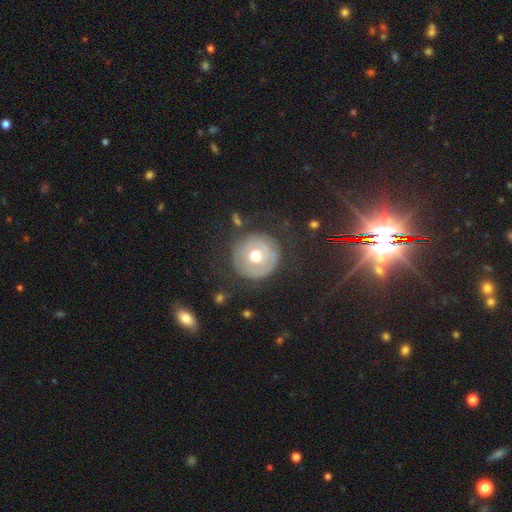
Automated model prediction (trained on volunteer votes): smooth-or-featured: smooth: 47% | featured or disk: 42% | star or artifact: 11%
  merging: none: 77% | minor disturbance: 14% | major disturbance: 7% | merger: 2%